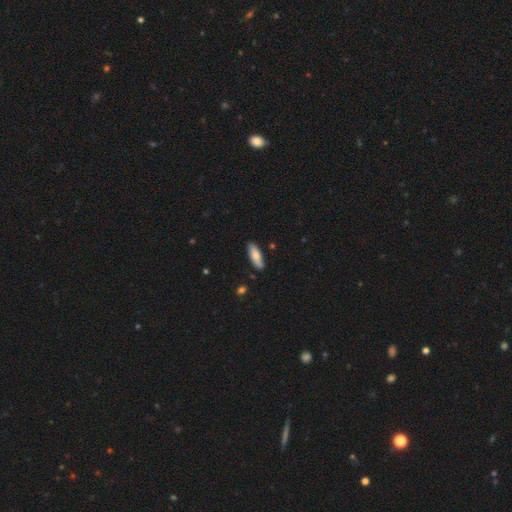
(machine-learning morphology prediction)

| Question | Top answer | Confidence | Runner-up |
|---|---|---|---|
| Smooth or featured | smooth | 75% | featured or disk (19%) |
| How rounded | in between | 61% | cigar-shaped (37%) |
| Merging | none | 86% | minor disturbance (11%) |